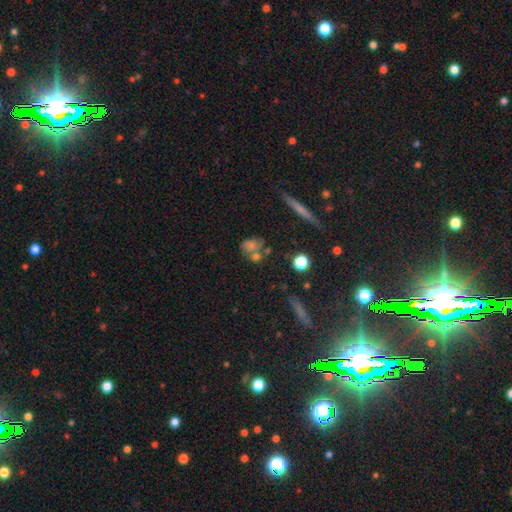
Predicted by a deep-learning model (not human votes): A star or artifact, not a galaxy (41%).